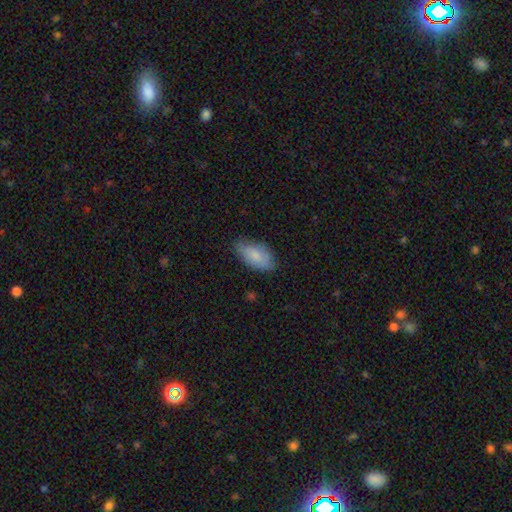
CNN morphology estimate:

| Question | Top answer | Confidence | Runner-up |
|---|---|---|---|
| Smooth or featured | smooth | 81% | featured or disk (13%) |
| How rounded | in between | 93% | cigar-shaped (4%) |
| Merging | none | 73% | minor disturbance (22%) |